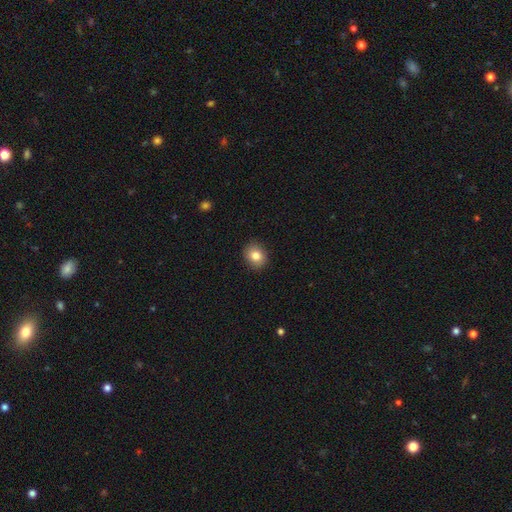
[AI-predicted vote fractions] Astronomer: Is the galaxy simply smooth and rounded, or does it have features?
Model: smooth — 82%.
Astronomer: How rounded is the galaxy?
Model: round — 65%.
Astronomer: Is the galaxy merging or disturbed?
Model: none — 90%.